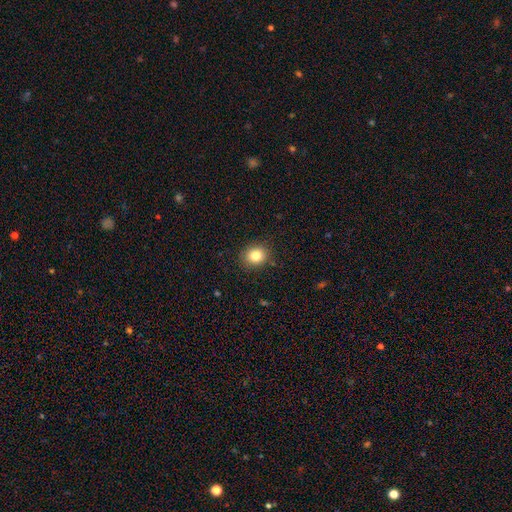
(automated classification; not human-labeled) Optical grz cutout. It shows a smooth galaxy with no disk features (82%) that is round (68%). Merging: none (87%).